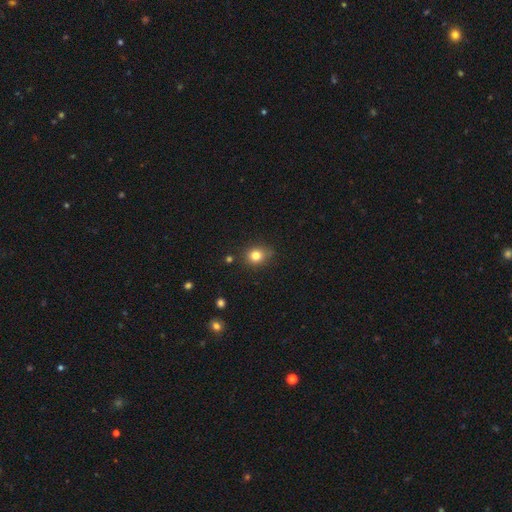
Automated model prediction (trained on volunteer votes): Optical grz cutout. It shows a smooth galaxy with no disk features (81%) that is round (71%). Merging: none (79%).